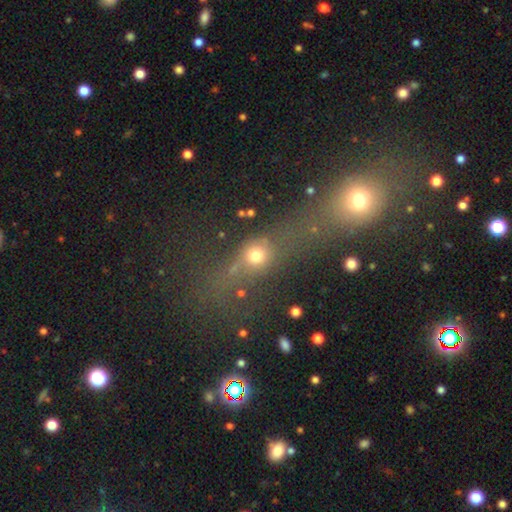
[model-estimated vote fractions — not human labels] smooth_or_featured: smooth (p=0.56) [alt: star or artifact p=0.23]
how_rounded: round (p=0.47) [alt: in between p=0.31]
merging: none (p=0.36) [tied with: merger p=0.36]